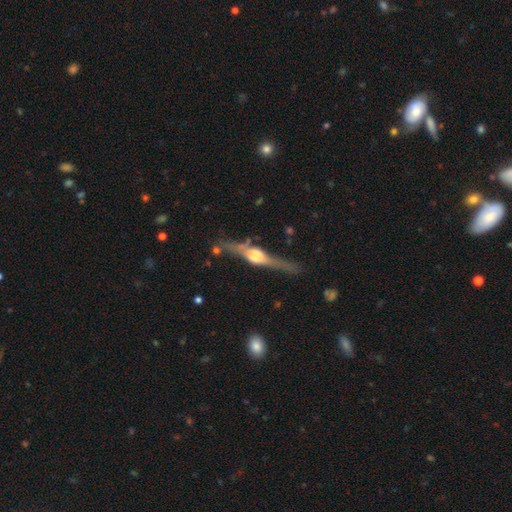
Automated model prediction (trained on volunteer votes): A featured or disk galaxy (80%) viewed edge-on (96%) with a rounded central bulge (88%). Merging: none (77%).